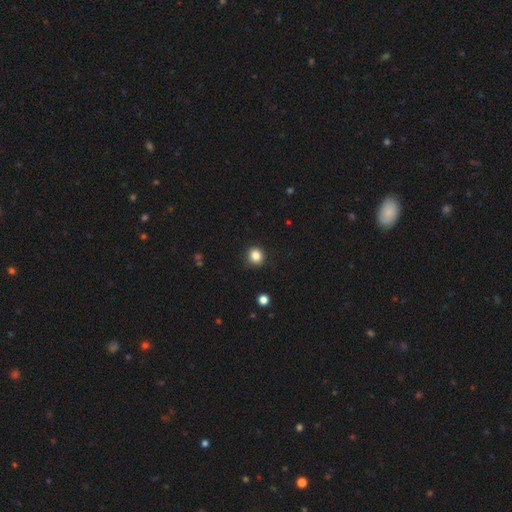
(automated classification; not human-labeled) This is clearly a smooth galaxy (84%). How rounded: clearly round (86%). Merging: clearly none (89%).